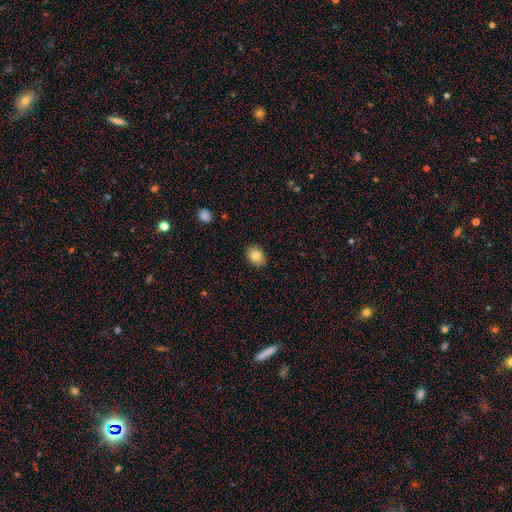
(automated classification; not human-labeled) smooth 84%, star or artifact 9%, featured or disk 7%. Down the decision tree: how rounded — in between (61%); merging — none (87%).